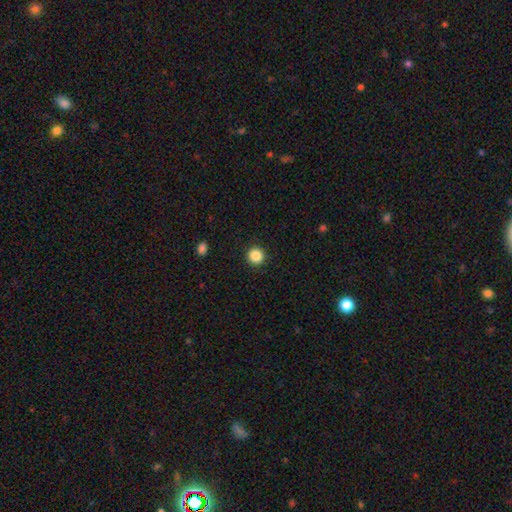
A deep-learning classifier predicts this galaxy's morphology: Smooth or featured? Predicted: smooth (p=0.87). How rounded? Predicted: round (p=0.95). Merging? Predicted: none (p=0.93).